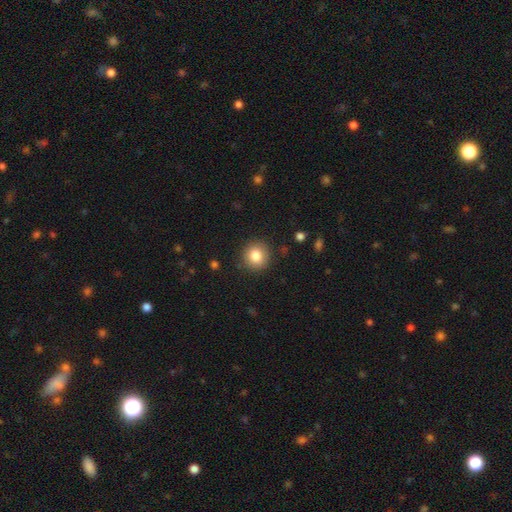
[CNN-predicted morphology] Q: Smooth or featured?
A: smooth (83%); runner-up: star or artifact (10%)
Q: How rounded?
A: round (91%); runner-up: in between (8%)
Q: Merging?
A: none (90%); runner-up: minor disturbance (7%)